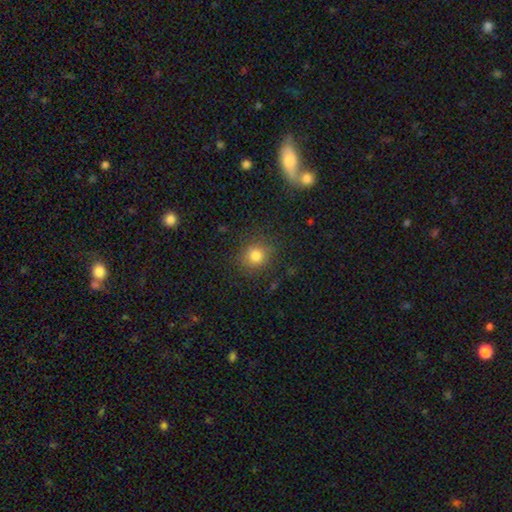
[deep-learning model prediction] Smooth or featured? Predicted: smooth (p=0.79). How rounded? Predicted: round (p=0.85). Merging? Predicted: none (p=0.83).